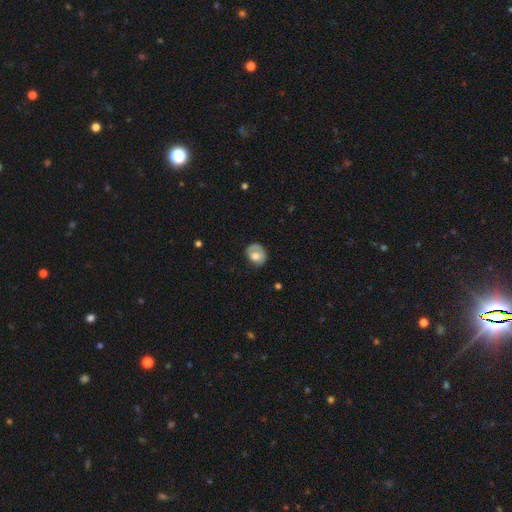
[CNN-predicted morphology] A smooth galaxy with no disk features (60%) that is round (56%). Merging: none (58%).